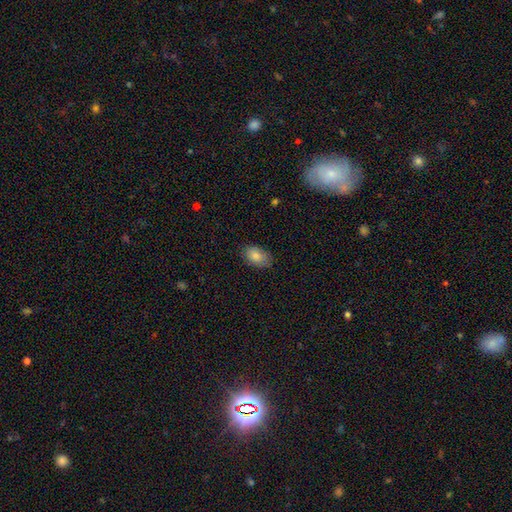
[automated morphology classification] Smooth or featured? smooth (84%)
How rounded? in between (90%)
Merging? none (80%)